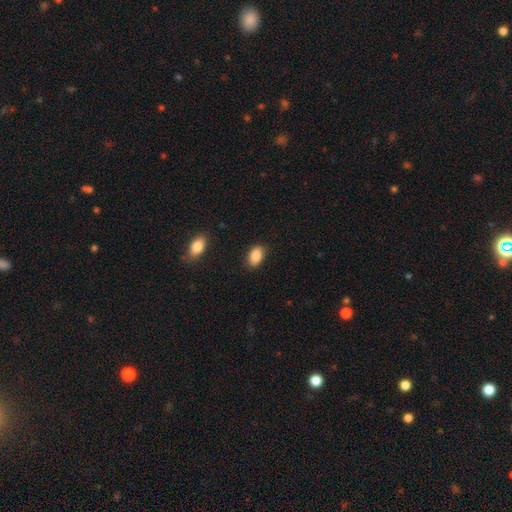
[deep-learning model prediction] Overall: smooth (88%). How rounded: in between (89%). Merging: none (83%).